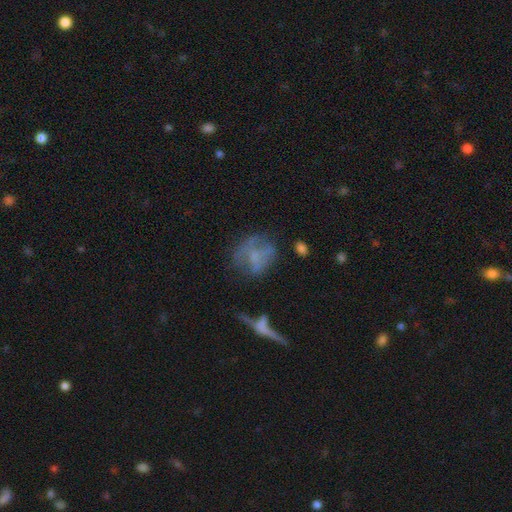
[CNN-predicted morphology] Q: Smooth or featured?
A: featured or disk (45%); runner-up: smooth (41%)
Q: Merging?
A: none (47%); runner-up: major disturbance (24%)